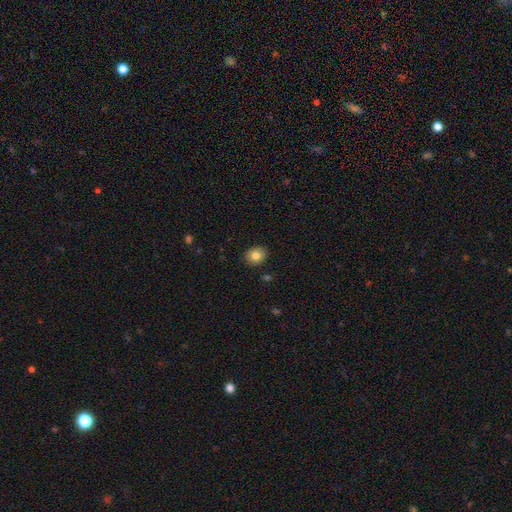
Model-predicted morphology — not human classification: This appears to be a smooth galaxy with no disk features (82%) that is round (55%). Merging: none (89%).